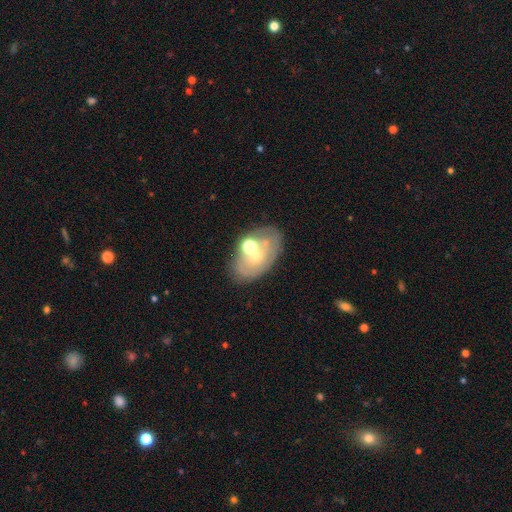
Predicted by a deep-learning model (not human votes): Q: Smooth or featured?
A: featured or disk (48%); runner-up: smooth (41%)
Q: Merging?
A: none (59%); runner-up: merger (17%)